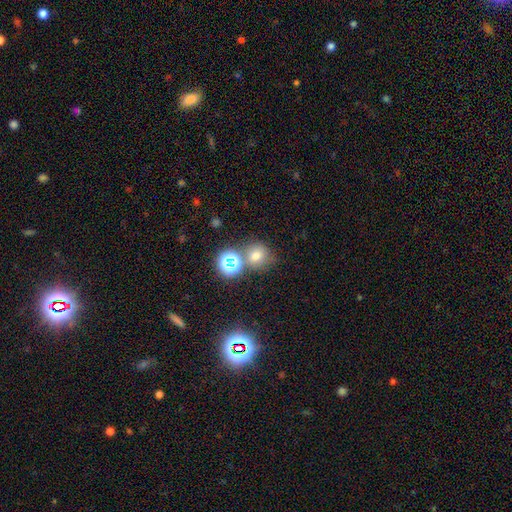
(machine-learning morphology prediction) The model was most divided on "smooth or featured": smooth: 67%, star or artifact: 24%, featured or disk: 9%. More confident: how rounded — round (82%); merging — none (64%).